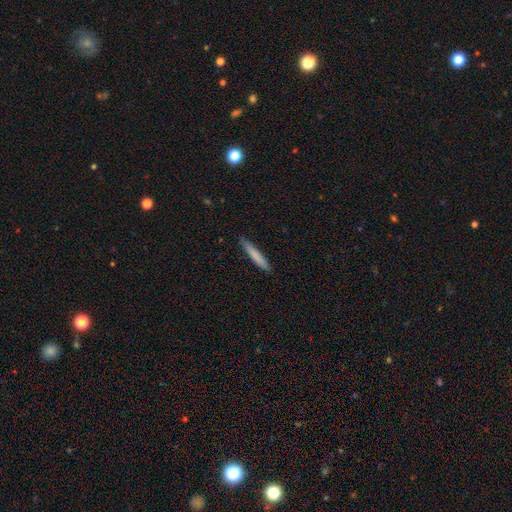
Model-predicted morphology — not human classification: Smooth or featured?
  - smooth: 78% *
  - featured or disk: 16%
  - star or artifact: 5%
How rounded?
  - cigar-shaped: 94% *
  - in between: 5%
  - round: 1%
Merging?
  - none: 89% *
  - minor disturbance: 9%
  - major disturbance: 2%
  - merger: 1%